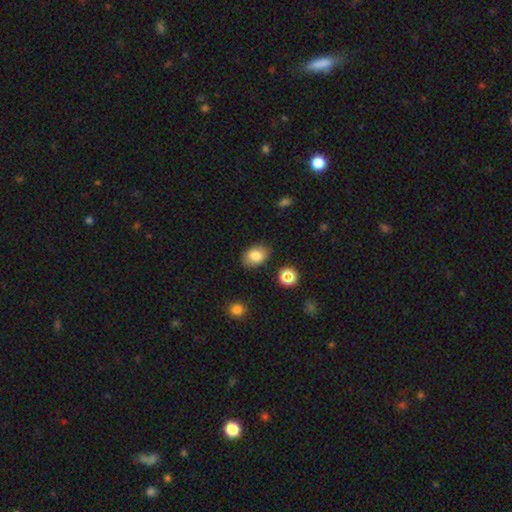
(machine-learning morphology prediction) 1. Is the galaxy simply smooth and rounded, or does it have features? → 83% smooth, 9% featured or disk, 8% star or artifact.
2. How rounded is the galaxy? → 81% in between, 18% round, 1% cigar-shaped.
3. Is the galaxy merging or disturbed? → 84% none, 11% minor disturbance, 3% major disturbance, 2% merger.